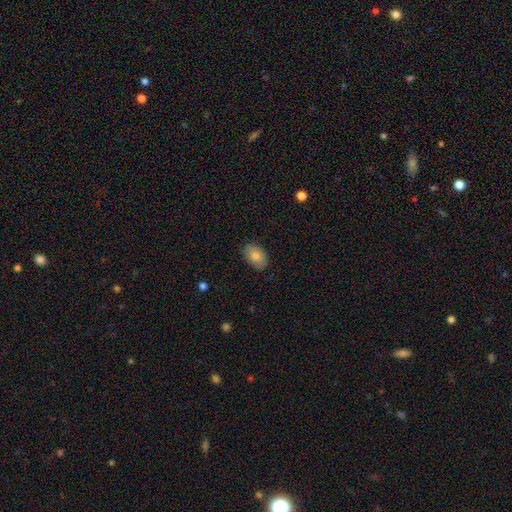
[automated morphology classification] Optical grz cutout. It shows a smooth galaxy with no disk features (82%) that is in between round and cigar-shaped (88%). Merging: none (85%).